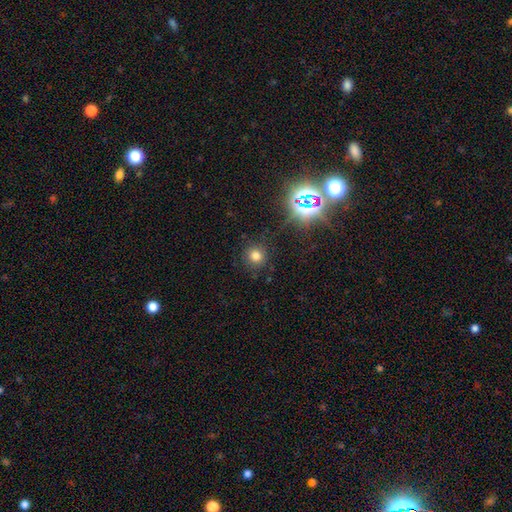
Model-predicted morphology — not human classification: Overall: smooth (73%). How rounded: round (91%). Merging: none (87%).